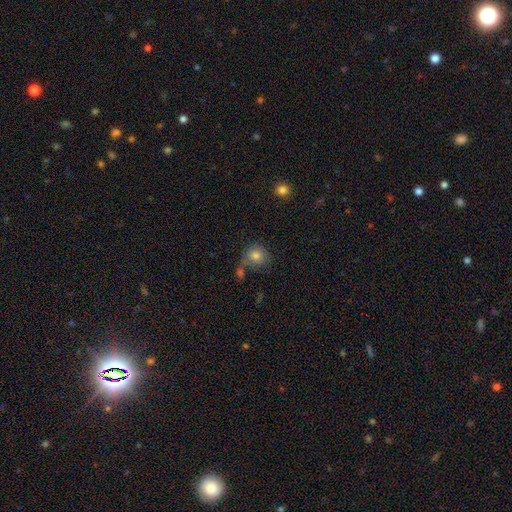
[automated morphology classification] smooth-or-featured: smooth: 80% | featured or disk: 10% | star or artifact: 10%
  how-rounded: round: 84% | in between: 15% | cigar-shaped: 1%
  merging: none: 59% | merger: 19% | minor disturbance: 16% | major disturbance: 6%